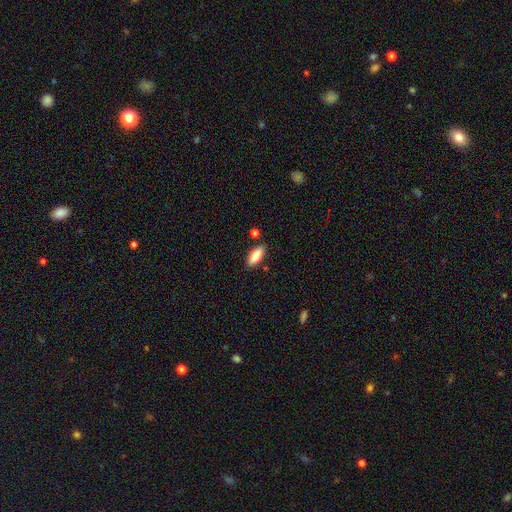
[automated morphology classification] Smooth or featured: smooth — 83% (featured or disk — 11%)
How rounded: in between — 83% (cigar-shaped — 15%)
Merging: none — 84% (minor disturbance — 10%)